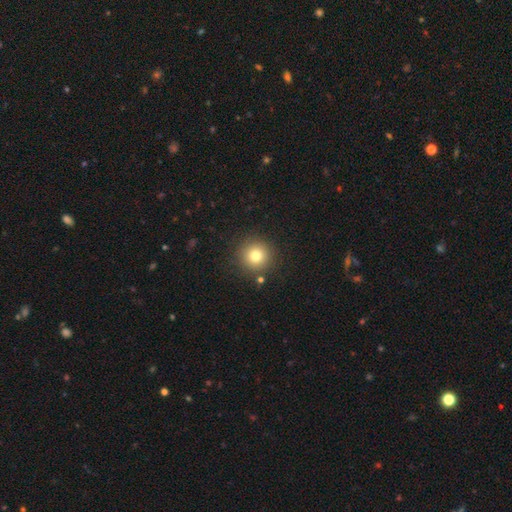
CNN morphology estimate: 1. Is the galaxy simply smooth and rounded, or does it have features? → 78% smooth, 13% star or artifact, 9% featured or disk.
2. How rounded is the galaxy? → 95% round, 4% in between, 1% cigar-shaped.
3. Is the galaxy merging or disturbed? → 88% none, 6% minor disturbance, 3% merger, 2% major disturbance.